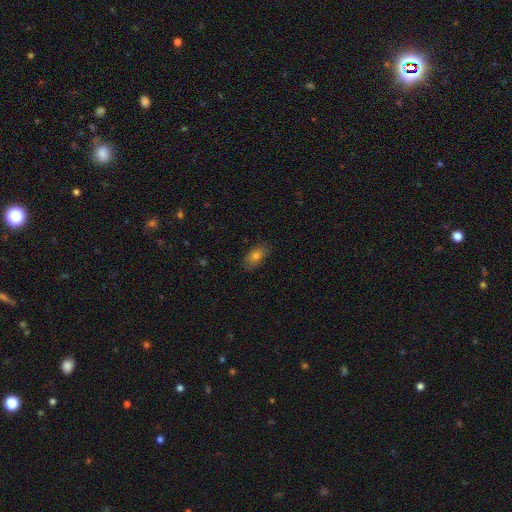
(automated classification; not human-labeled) smooth 79%, featured or disk 11%, star or artifact 9%. Down the decision tree: how rounded — in between (88%); merging — none (83%).